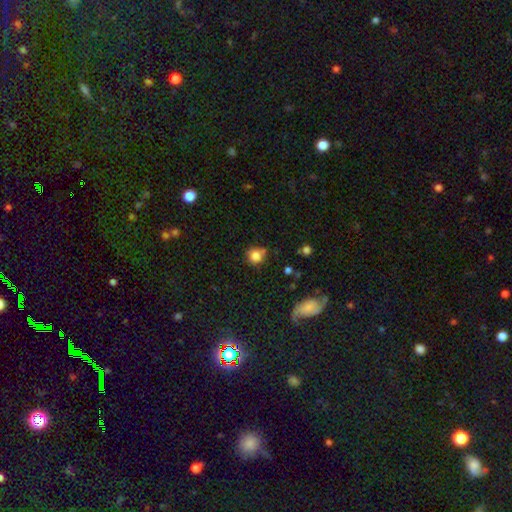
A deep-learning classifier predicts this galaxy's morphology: A smooth galaxy with no disk features (82%) that is round (87%). Merging: none (69%).